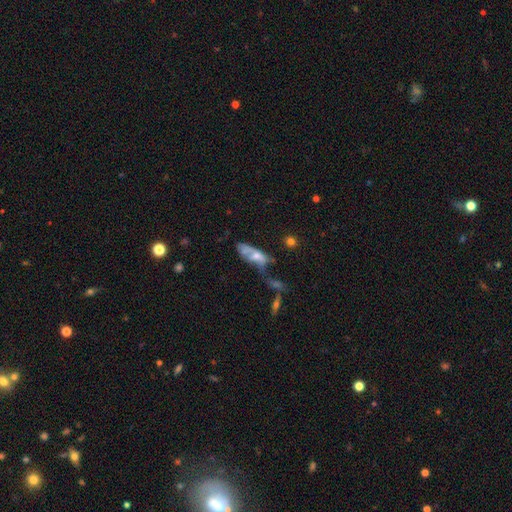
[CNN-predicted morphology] Smooth or featured: smooth — 49% (featured or disk — 41%)
Merging: merger — 33% (major disturbance — 31%)